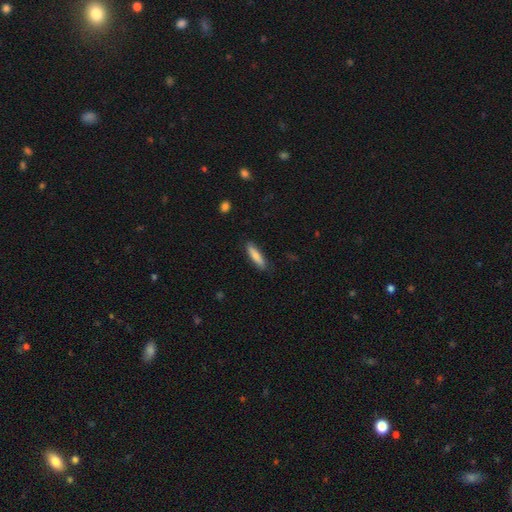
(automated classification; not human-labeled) smooth_or_featured: smooth (p=0.80) [alt: featured or disk p=0.14]
how_rounded: cigar-shaped (p=0.74) [alt: in between p=0.24]
merging: none (p=0.86) [alt: minor disturbance p=0.11]